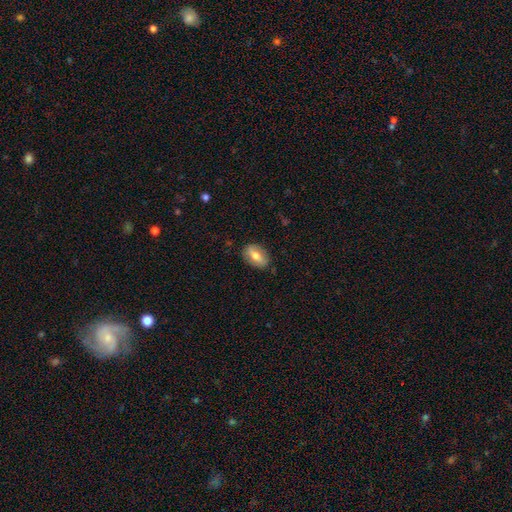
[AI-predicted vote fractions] Q: Smooth or featured?
A: smooth (64%); runner-up: featured or disk (30%)
Q: How rounded?
A: in between (86%); runner-up: round (9%)
Q: Merging?
A: none (83%); runner-up: minor disturbance (13%)